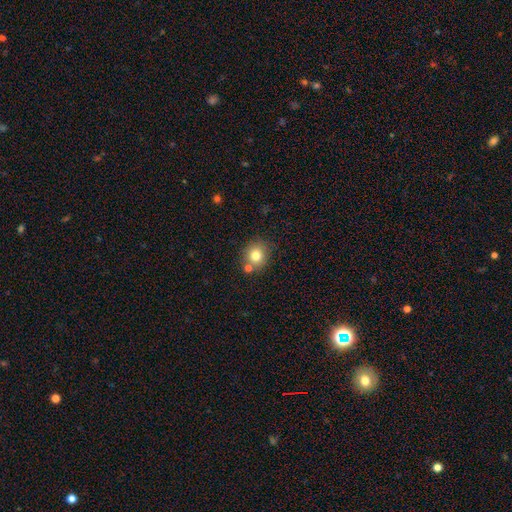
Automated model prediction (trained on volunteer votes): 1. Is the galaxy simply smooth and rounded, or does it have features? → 78% smooth, 12% star or artifact, 10% featured or disk.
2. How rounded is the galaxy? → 83% round, 16% in between, 1% cigar-shaped.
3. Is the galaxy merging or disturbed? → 71% none, 15% merger, 11% minor disturbance, 3% major disturbance.